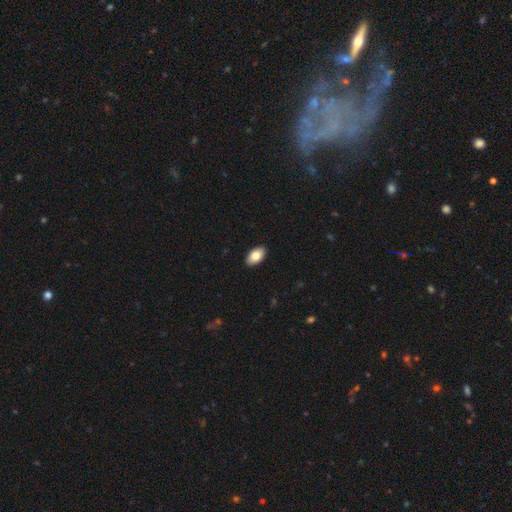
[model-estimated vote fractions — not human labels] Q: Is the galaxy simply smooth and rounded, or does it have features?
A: smooth — 83%.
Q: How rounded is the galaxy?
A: in between — 95%.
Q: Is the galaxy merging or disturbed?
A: none — 91%.